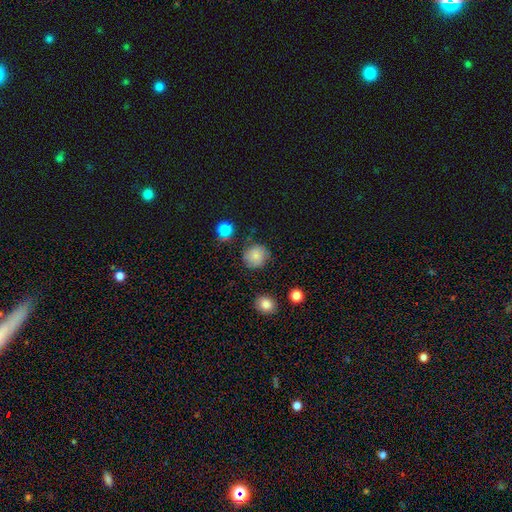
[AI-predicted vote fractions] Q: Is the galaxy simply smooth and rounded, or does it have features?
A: smooth — 79%.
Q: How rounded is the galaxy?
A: round — 89%.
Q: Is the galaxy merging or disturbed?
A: none — 77%.